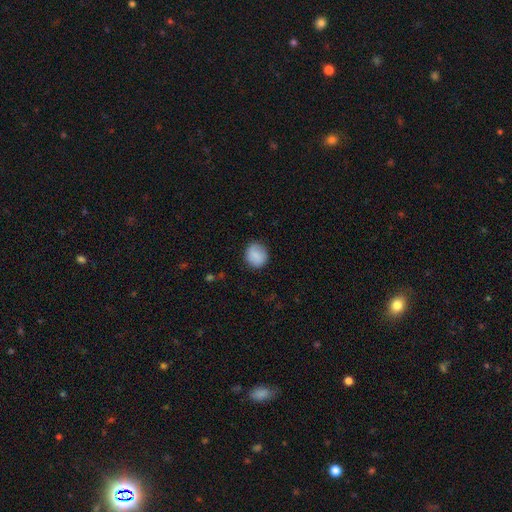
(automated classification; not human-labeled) smooth-or-featured: smooth: 86% | star or artifact: 7% | featured or disk: 7%
  how-rounded: round: 78% | in between: 21% | cigar-shaped: 1%
  merging: none: 85% | minor disturbance: 11% | major disturbance: 3% | merger: 1%